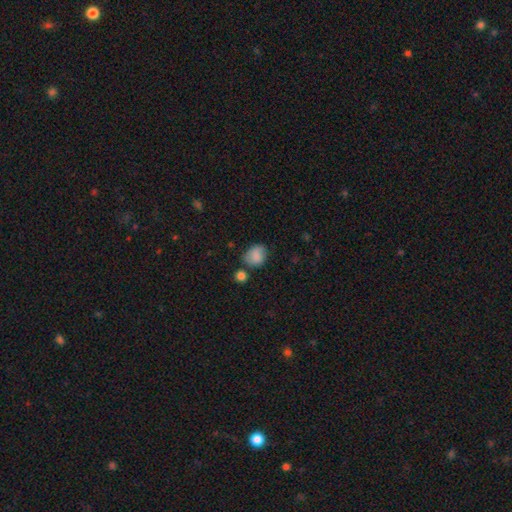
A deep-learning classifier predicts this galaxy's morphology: Smooth or featured? Predicted: smooth (p=0.82). How rounded? Predicted: round (p=0.54). Merging? Predicted: none (p=0.57).